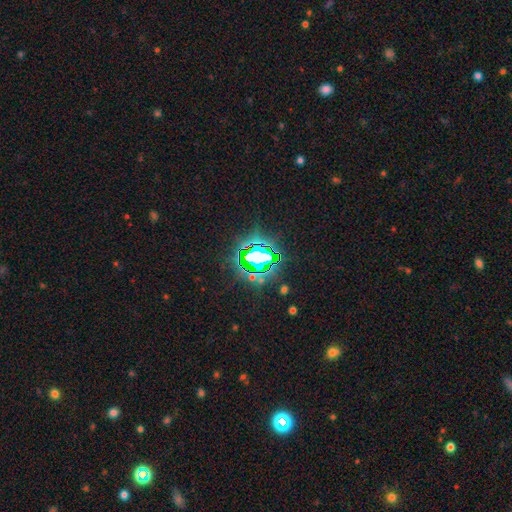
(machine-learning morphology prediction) This is likely a star or artifact rather than a galaxy (78%).